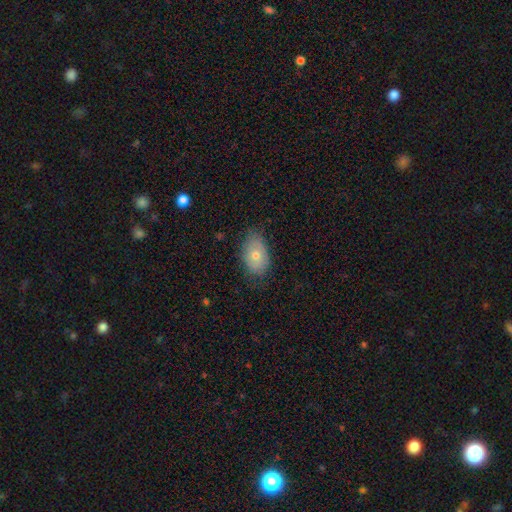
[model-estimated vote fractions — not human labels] This is likely a smooth galaxy (67%). How rounded: clearly in between (85%). Merging: likely none (75%).